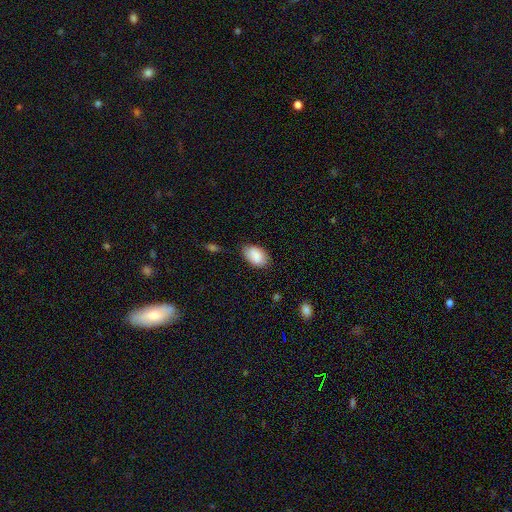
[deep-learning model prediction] smooth_or_featured: smooth (p=0.85) [alt: featured or disk p=0.08]
how_rounded: in between (p=0.92) [alt: round p=0.07]
merging: none (p=0.78) [alt: minor disturbance p=0.18]